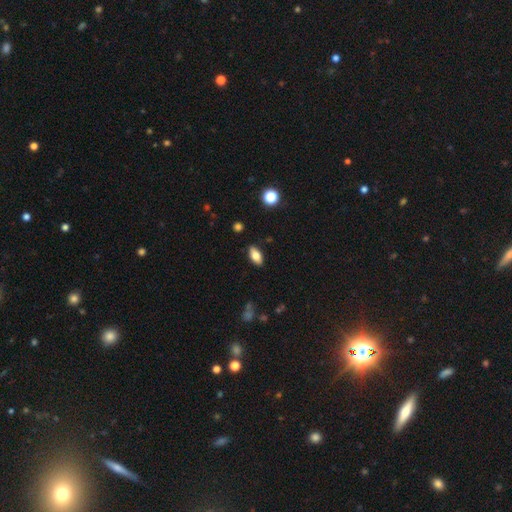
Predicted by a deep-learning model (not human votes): smooth 78%, featured or disk 14%, star or artifact 8%. Down the decision tree: how rounded — in between (90%); merging — none (87%).